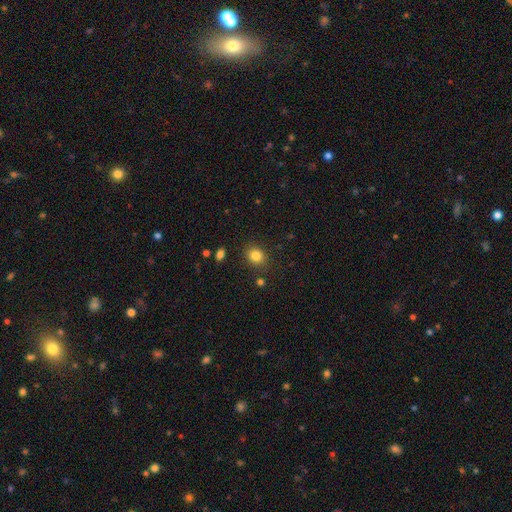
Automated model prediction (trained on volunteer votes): Smooth or featured? smooth (83%)
How rounded? round (68%)
Merging? none (85%)